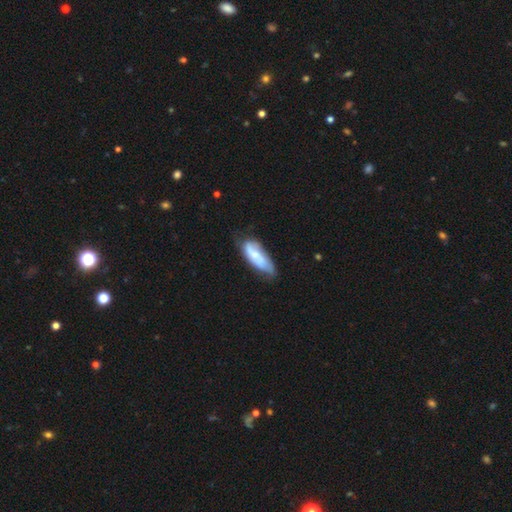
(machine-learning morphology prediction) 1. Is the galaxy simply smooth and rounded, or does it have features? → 48% smooth, 46% featured or disk, 7% star or artifact.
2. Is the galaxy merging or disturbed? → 50% none, 34% minor disturbance, 12% major disturbance, 4% merger.